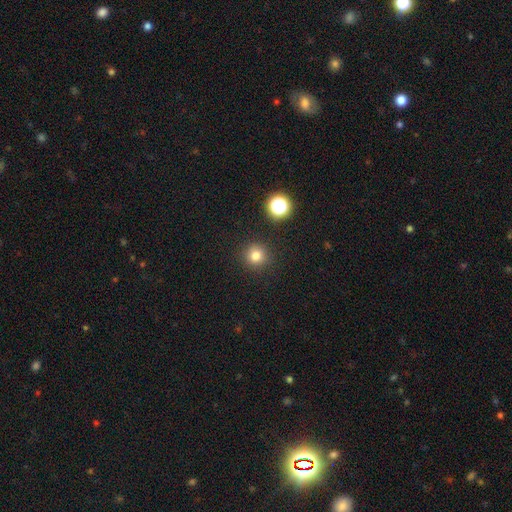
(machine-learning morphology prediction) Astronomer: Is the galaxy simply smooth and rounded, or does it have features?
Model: smooth — 78%.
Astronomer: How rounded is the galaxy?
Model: round — 95%.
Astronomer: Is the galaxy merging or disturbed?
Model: none — 90%.